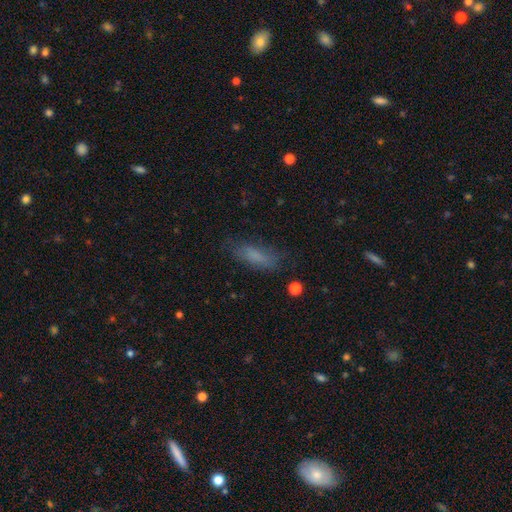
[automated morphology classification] smooth 76%, featured or disk 15%, star or artifact 10%. Down the decision tree: how rounded — in between (53%); merging — none (72%).